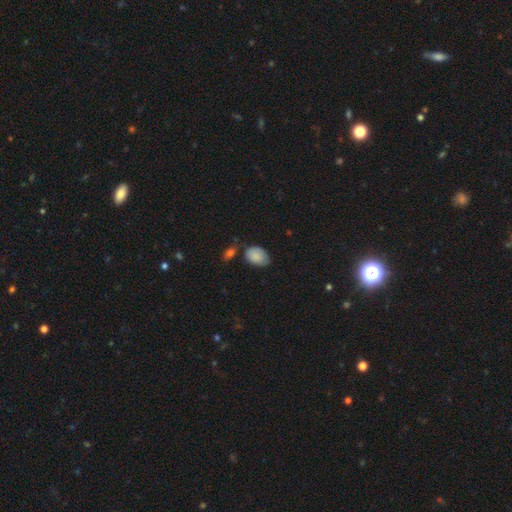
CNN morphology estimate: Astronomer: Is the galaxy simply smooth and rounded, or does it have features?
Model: smooth — 85%.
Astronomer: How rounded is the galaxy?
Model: in between — 81%.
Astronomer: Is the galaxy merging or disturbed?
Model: none — 55% (runner-up: minor disturbance, 31%).